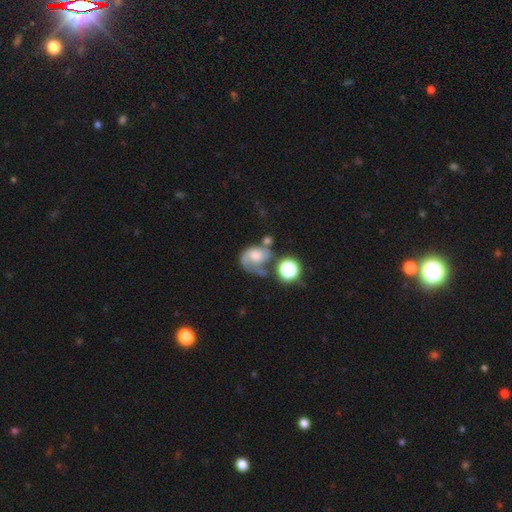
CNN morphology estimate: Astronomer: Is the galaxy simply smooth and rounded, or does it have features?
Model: featured or disk — 55% (runner-up: smooth, 34%).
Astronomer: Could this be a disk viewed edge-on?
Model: no — 97%.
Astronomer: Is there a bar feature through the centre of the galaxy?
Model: no — 72%.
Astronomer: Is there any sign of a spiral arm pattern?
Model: yes — 79%.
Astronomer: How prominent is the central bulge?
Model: moderate — 38% (runner-up: large, 24%).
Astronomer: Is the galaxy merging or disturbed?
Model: major disturbance — 33% (runner-up: none, 26%).